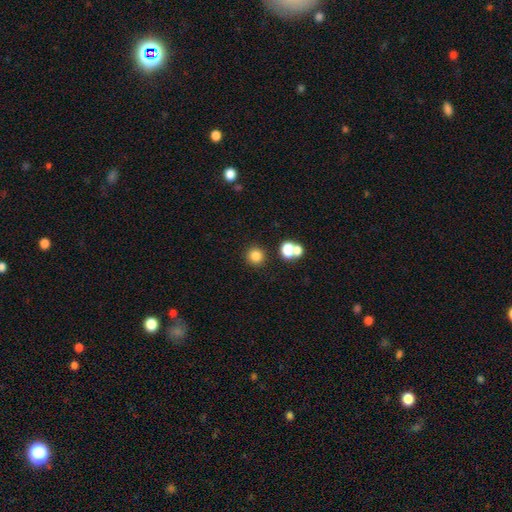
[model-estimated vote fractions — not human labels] Overall: smooth (81%). How rounded: round (92%). Merging: none (81%).